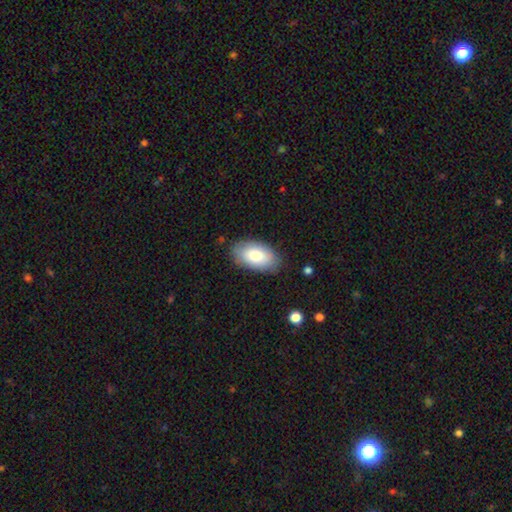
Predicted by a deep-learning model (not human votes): Smooth or featured? smooth (81%)
How rounded? in between (95%)
Merging? none (83%)